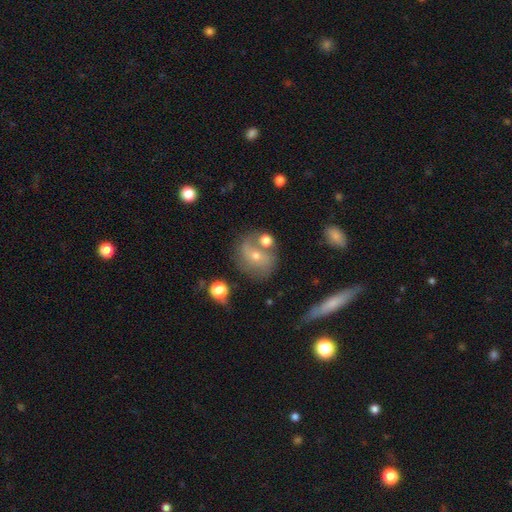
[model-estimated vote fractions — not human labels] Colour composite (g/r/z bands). It shows a featured or disk galaxy (50%). Merging: none (58%).